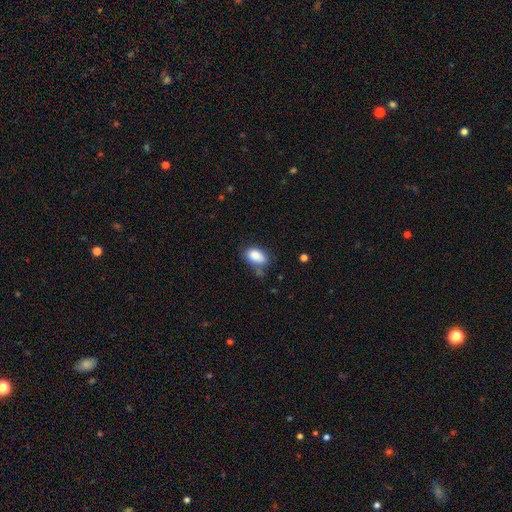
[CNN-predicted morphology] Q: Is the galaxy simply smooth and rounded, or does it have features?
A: smooth — 86%.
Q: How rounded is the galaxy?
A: in between — 91%.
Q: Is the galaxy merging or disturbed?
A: none — 62%.